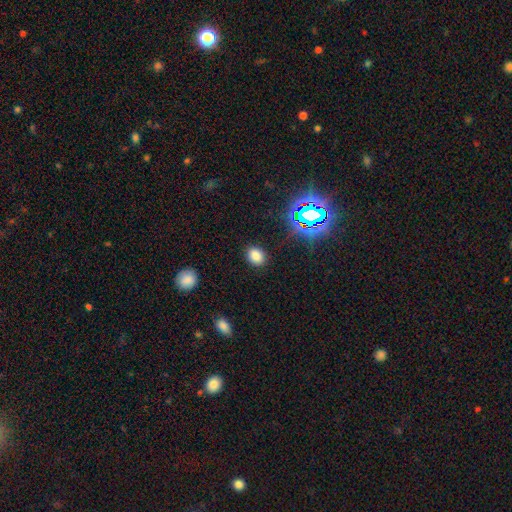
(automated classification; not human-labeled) smooth 78%, star or artifact 16%, featured or disk 5%. Down the decision tree: how rounded — in between (60%); merging — none (88%).